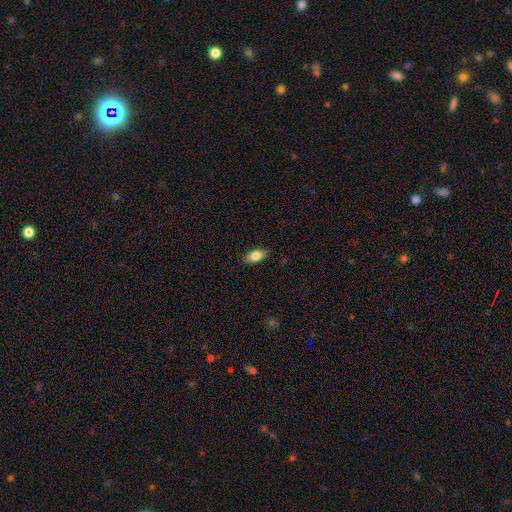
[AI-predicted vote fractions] Smooth or featured? smooth (82%)
How rounded? in between (88%)
Merging? none (87%)